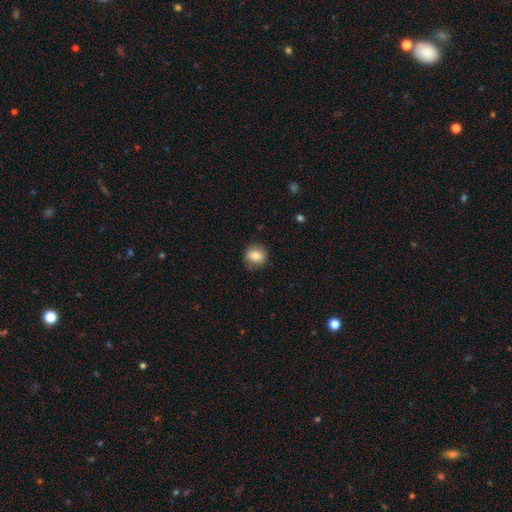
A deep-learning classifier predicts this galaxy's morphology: A smooth galaxy with no disk features (82%) that is round (71%). Merging: none (79%).